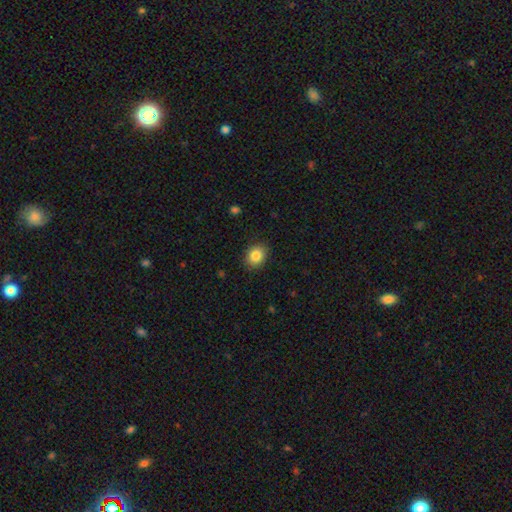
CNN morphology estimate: type=smooth (86%); roundness=round (59%); merging=none (88%).